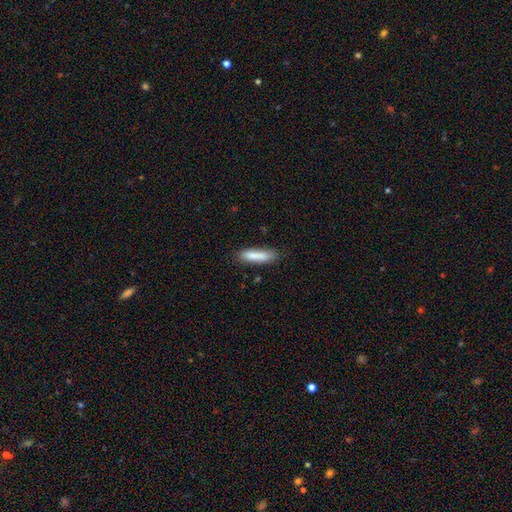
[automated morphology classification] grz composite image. It shows a smooth galaxy with no disk features (84%) that is cigar-shaped (73%). Merging: none (80%).